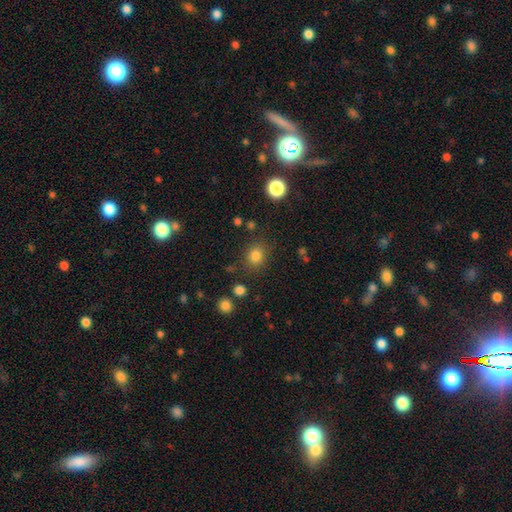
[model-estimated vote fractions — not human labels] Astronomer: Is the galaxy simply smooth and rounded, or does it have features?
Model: smooth — 81%.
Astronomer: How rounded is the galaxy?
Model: round — 75%.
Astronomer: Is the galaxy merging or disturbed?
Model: none — 82%.